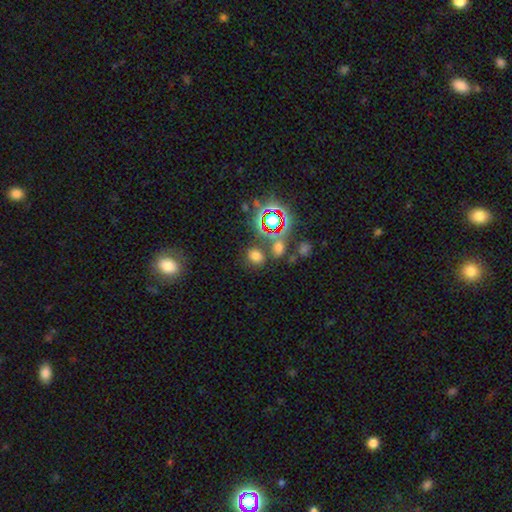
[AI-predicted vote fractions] smooth_or_featured: smooth (p=0.68) [alt: star or artifact p=0.25]
how_rounded: round (p=0.53) [alt: in between p=0.45]
merging: none (p=0.74) [alt: merger p=0.12]